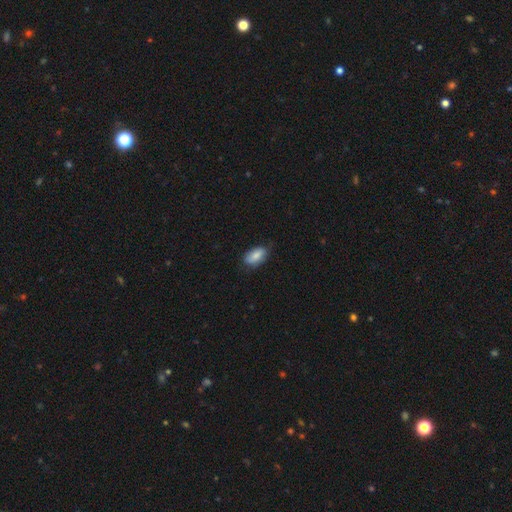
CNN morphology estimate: smooth-or-featured: smooth: 82% | featured or disk: 11% | star or artifact: 7%
  how-rounded: in between: 92% | cigar-shaped: 5% | round: 3%
  merging: none: 69% | minor disturbance: 26% | major disturbance: 4% | merger: 1%